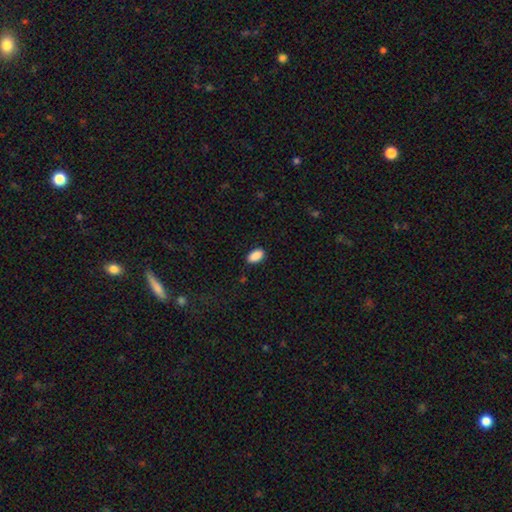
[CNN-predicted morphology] The model was most divided on "merging": none: 85%, minor disturbance: 11%, major disturbance: 2%, merger: 1%. More confident: how rounded — in between (93%); smooth or featured — smooth (90%).